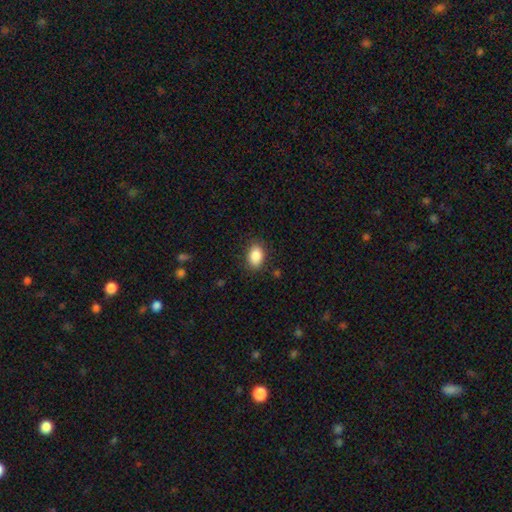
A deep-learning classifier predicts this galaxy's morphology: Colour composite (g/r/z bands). It shows a smooth galaxy with no disk features (87%) that is in between round and cigar-shaped (81%). Merging: none (84%).